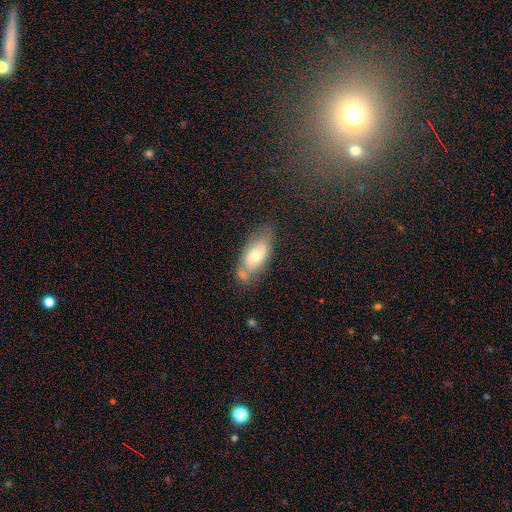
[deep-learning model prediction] Overall: smooth (61%; featured or disk 32%). How rounded: in between (89%). Merging: none (52%; minor disturbance 23%).